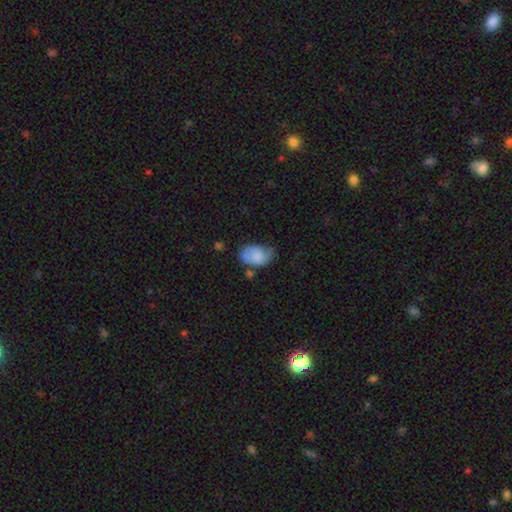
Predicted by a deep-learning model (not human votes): Smooth or featured? Predicted: smooth (p=0.77). How rounded? Predicted: in between (p=0.87). Merging? Predicted: none (p=0.45).